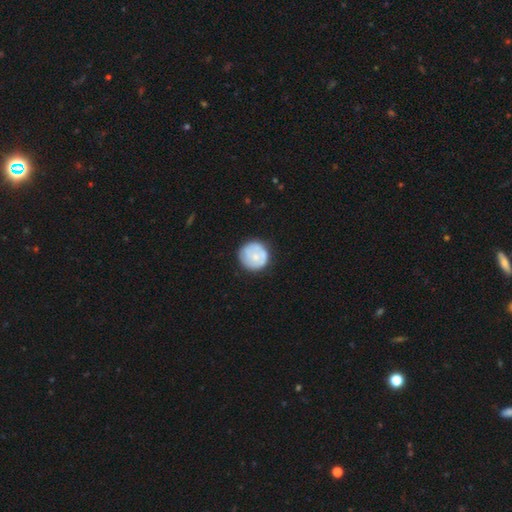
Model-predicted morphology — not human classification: A smooth galaxy with no disk features (61%) that is round (93%). Merging: none (79%).